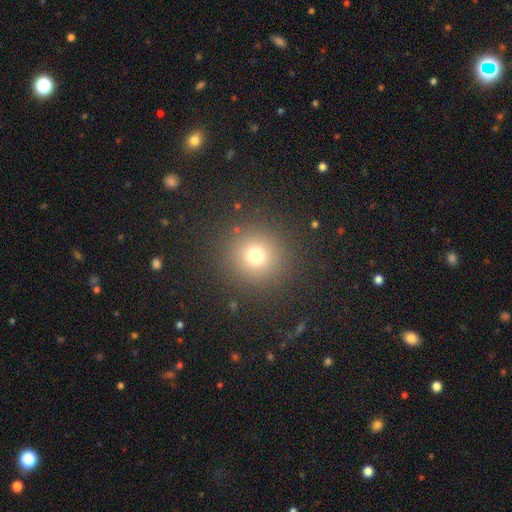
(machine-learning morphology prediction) Smooth or featured? Predicted: smooth (p=0.72). How rounded? Predicted: round (p=0.94). Merging? Predicted: none (p=0.89).